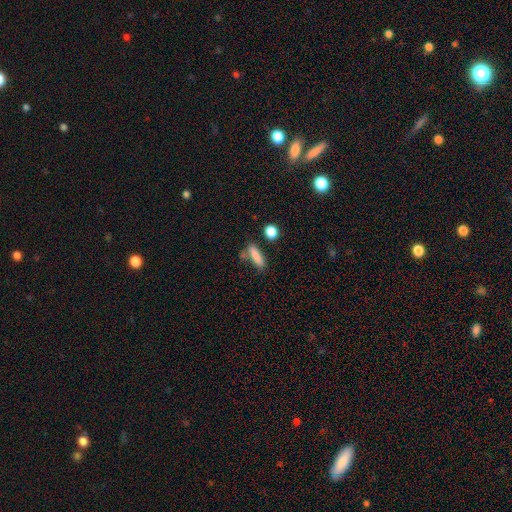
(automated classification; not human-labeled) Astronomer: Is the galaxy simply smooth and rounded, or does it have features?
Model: smooth — 84%.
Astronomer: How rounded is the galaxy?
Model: cigar-shaped — 60% (runner-up: in between, 35%).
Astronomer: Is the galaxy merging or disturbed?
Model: none — 68%.